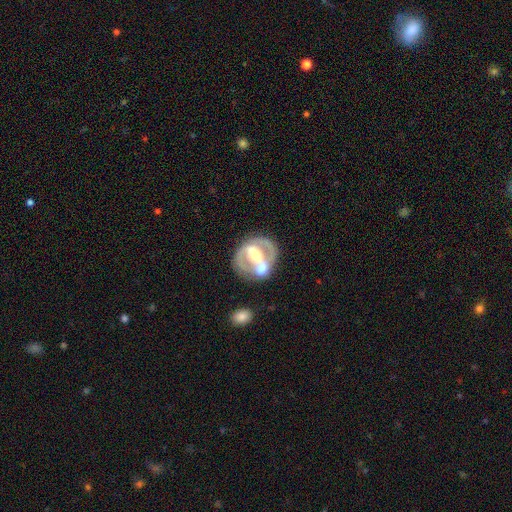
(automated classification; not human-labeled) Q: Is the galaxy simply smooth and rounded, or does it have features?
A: featured or disk — 78%.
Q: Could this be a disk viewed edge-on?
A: no — 95%.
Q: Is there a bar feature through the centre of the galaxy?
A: strong — 52%.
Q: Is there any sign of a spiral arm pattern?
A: no — 53%.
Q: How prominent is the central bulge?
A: moderate — 68%.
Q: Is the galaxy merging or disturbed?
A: none — 52%.